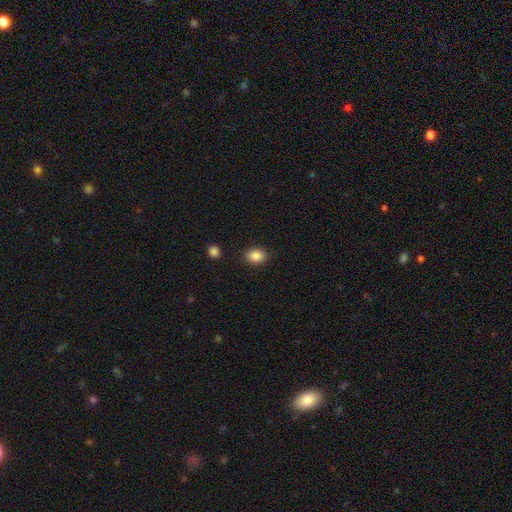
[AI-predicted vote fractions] smooth 87%, star or artifact 9%, featured or disk 4%. Down the decision tree: how rounded — in between (64%); merging — none (86%).